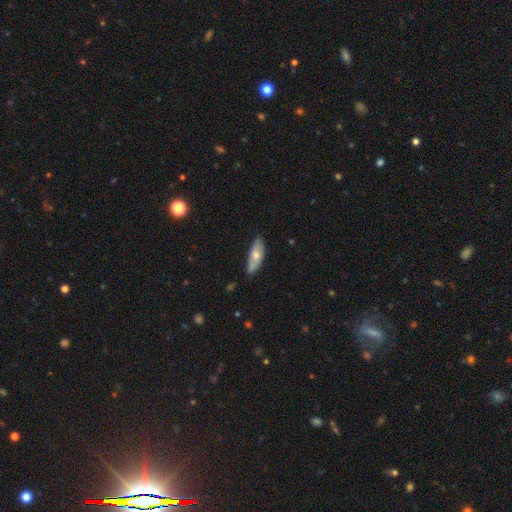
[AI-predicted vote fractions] smooth-or-featured: smooth: 62% | featured or disk: 32% | star or artifact: 6%
  how-rounded: in between: 71% | cigar-shaped: 27% | round: 2%
  merging: none: 71% | minor disturbance: 24% | major disturbance: 4% | merger: 2%